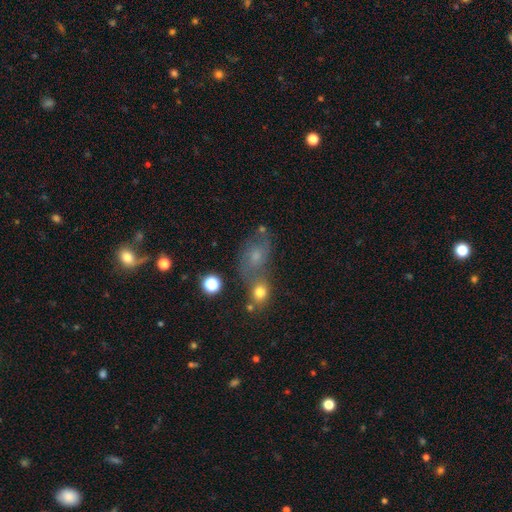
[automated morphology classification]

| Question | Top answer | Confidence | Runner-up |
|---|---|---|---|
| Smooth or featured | smooth | 51% | featured or disk (31%) |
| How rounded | in between | 66% | round (30%) |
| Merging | none | 40% | merger (34%) |